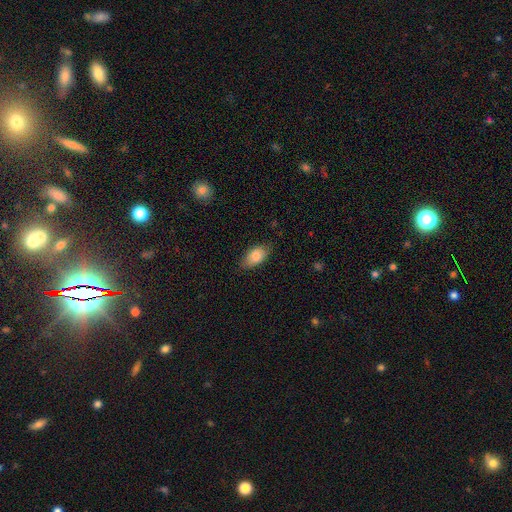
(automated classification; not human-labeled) Morphology: type=smooth (83%); roundness=in between (90%); merging=none (77%).